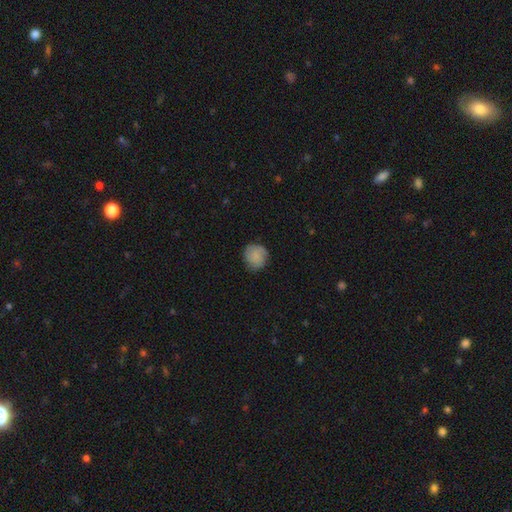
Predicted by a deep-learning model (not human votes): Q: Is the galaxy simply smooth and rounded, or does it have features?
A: smooth — 76%.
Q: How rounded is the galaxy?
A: round — 89%.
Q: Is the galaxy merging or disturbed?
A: none — 79%.